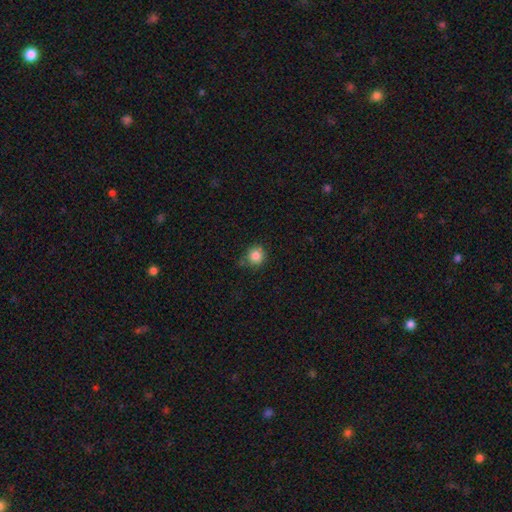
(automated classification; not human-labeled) Overall: smooth (84%). How rounded: round (91%). Merging: none (72%).